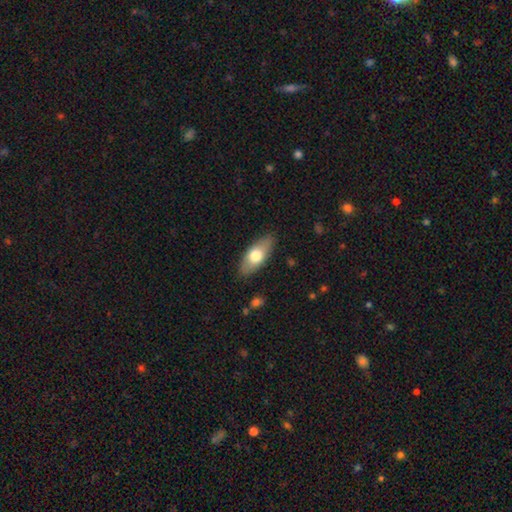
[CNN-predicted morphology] This appears to be a smooth galaxy with no disk features (66%) that is in between round and cigar-shaped (81%). Merging: none (86%).